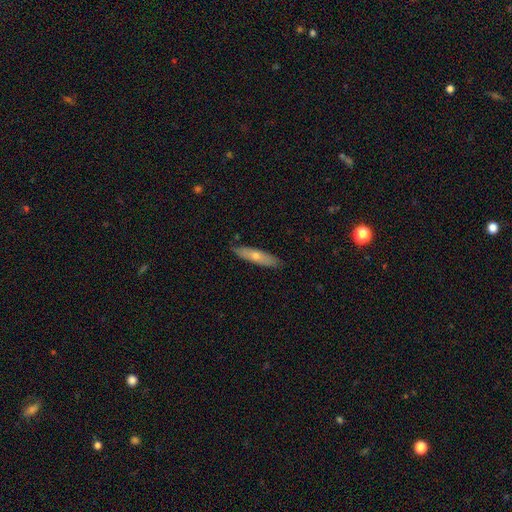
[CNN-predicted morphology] Overall: smooth (54%; featured or disk 40%). How rounded: cigar-shaped (80%). Merging: none (87%).